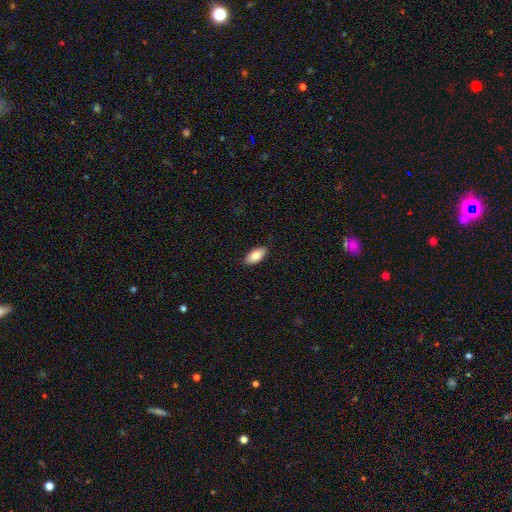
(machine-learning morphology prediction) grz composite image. It shows a smooth galaxy with no disk features (79%) that is in between round and cigar-shaped (91%). Merging: none (89%).